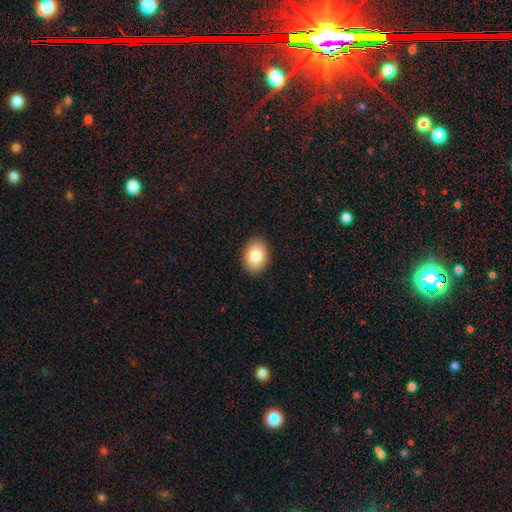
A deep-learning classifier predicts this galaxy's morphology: This is clearly a smooth galaxy (85%). How rounded: clearly in between (80%). Merging: clearly none (90%).